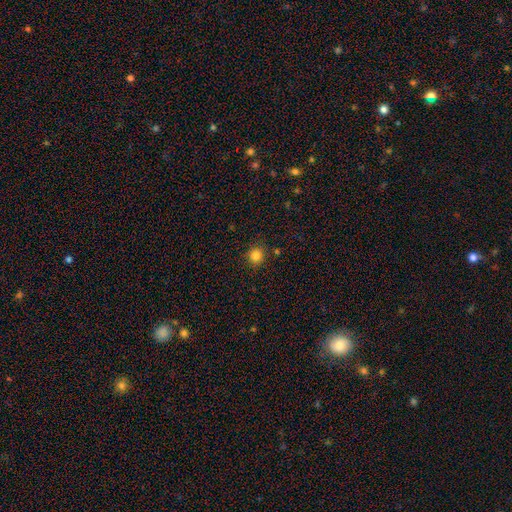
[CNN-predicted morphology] smooth 83%, star or artifact 12%, featured or disk 4%. Down the decision tree: how rounded — round (90%); merging — none (87%).